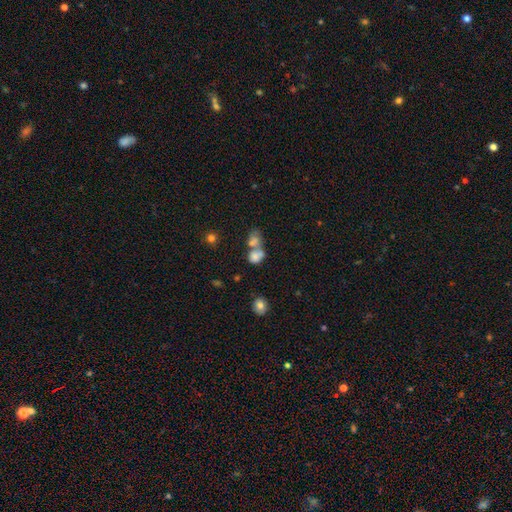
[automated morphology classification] This appears to be a smooth galaxy with no disk features (70%) that is in between round and cigar-shaped (50%). Merging: merger (64%).